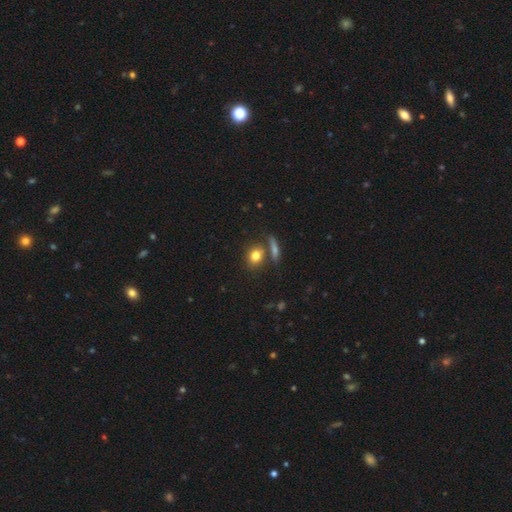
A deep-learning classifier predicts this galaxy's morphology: smooth 79%, featured or disk 12%, star or artifact 10%. Down the decision tree: how rounded — round (57%); merging — none (67%).